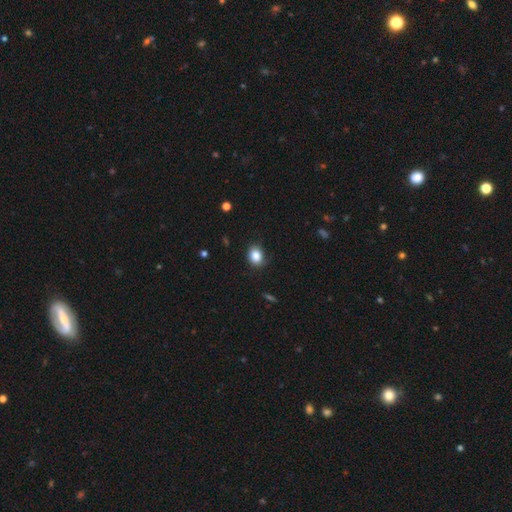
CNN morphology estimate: Q: Smooth or featured?
A: smooth (84%); runner-up: star or artifact (10%)
Q: How rounded?
A: in between (50%); runner-up: round (49%)
Q: Merging?
A: none (75%); runner-up: minor disturbance (19%)